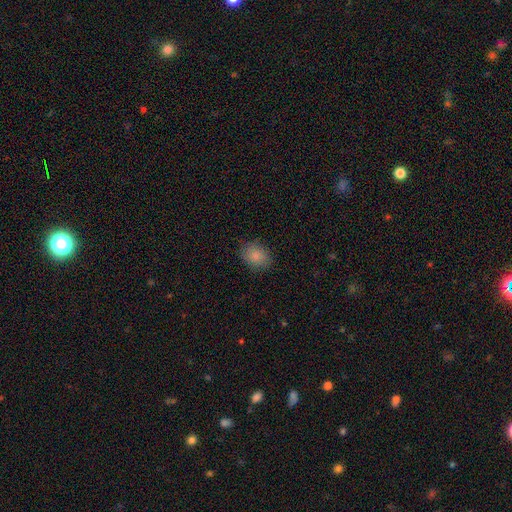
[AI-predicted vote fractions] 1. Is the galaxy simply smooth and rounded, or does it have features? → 85% smooth, 8% star or artifact, 6% featured or disk.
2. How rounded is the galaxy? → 61% in between, 38% round, 1% cigar-shaped.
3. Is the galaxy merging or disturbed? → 84% none, 12% minor disturbance, 3% major disturbance, 1% merger.